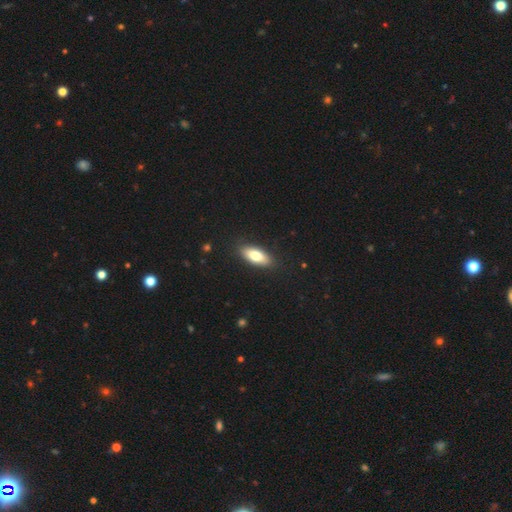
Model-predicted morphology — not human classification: Overall: smooth (75%). How rounded: in between (80%). Merging: none (88%).